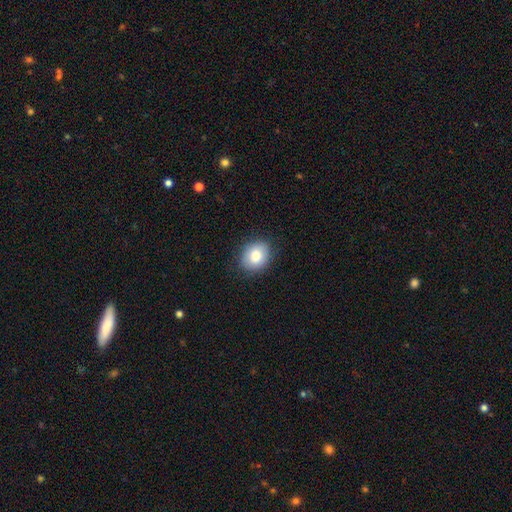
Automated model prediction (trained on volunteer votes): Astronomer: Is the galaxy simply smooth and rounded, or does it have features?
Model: smooth — 82%.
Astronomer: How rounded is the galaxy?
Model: round — 50% (runner-up: in between, 49%).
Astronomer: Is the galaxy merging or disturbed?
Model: none — 85%.